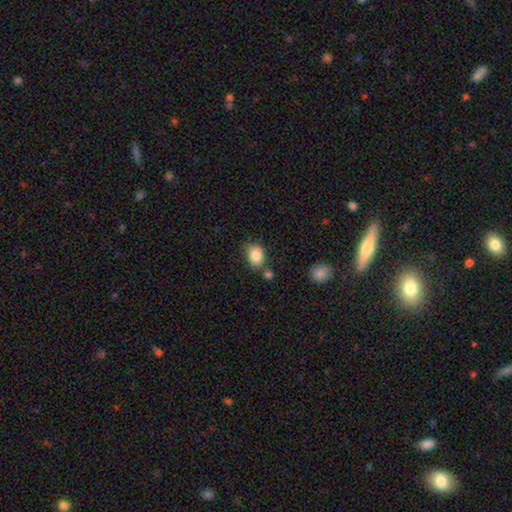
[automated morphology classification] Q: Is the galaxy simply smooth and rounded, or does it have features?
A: smooth — 84%.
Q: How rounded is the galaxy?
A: in between — 68%.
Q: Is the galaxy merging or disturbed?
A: none — 62%.